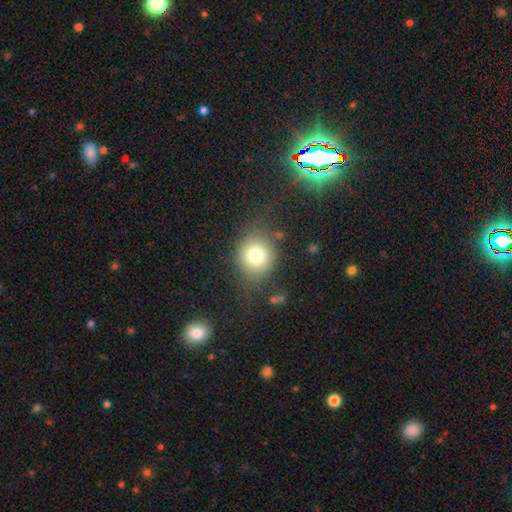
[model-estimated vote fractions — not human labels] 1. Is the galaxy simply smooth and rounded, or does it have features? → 74% smooth, 13% star or artifact, 13% featured or disk.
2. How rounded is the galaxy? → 80% round, 19% in between, 1% cigar-shaped.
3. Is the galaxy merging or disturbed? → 75% none, 14% minor disturbance, 8% major disturbance, 2% merger.